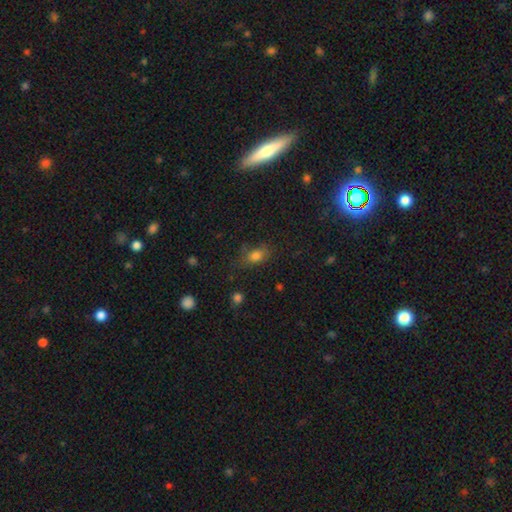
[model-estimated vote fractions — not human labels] A smooth galaxy with no disk features (77%) that is in between round and cigar-shaped (74%).

Vote fractions:
- Smooth or featured? smooth: 77% / star or artifact: 14% / featured or disk: 9%
- How rounded? in between: 74% / round: 23% / cigar-shaped: 3%
- Merging? none: 62% / minor disturbance: 24% / major disturbance: 10% / merger: 3%